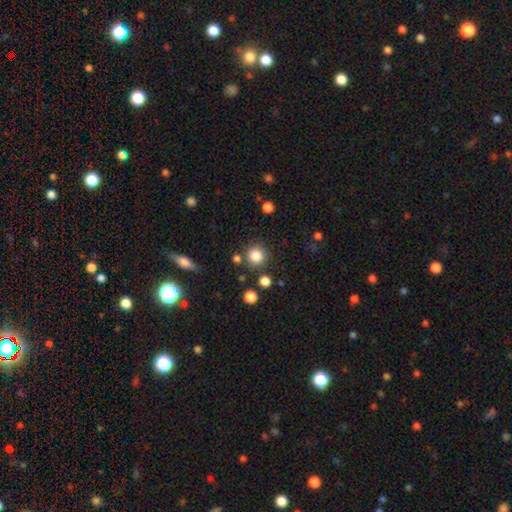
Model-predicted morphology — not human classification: smooth_or_featured: smooth (p=0.84) [alt: star or artifact p=0.11]
how_rounded: round (p=0.93) [alt: in between p=0.06]
merging: none (p=0.83) [alt: minor disturbance p=0.08]